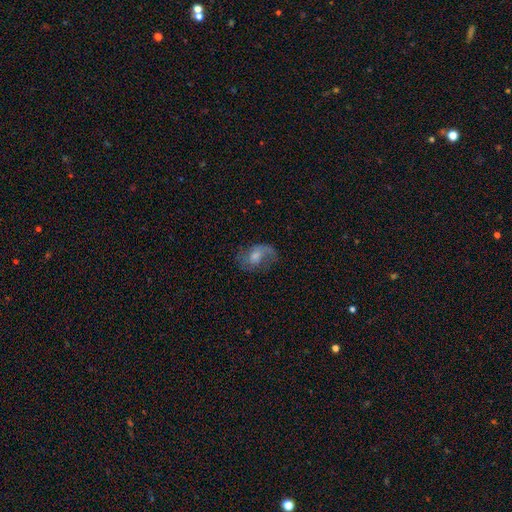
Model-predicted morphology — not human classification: type=featured or disk (53%); edge-on=no (96%); bar=no (63%); spiral arms=yes (76%); bulge=moderate (45%); merging=none (51%).